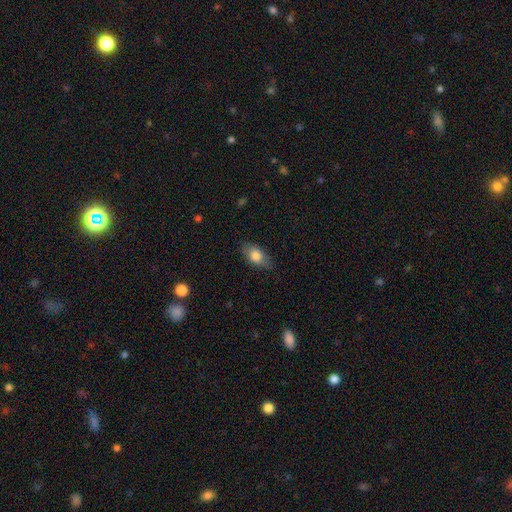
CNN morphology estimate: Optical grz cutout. It shows a smooth galaxy with no disk features (78%) that is in between round and cigar-shaped (87%). Merging: none (74%).